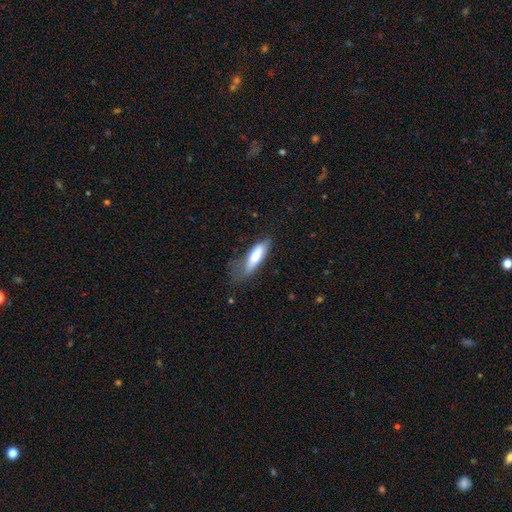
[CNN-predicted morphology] type=smooth (71%); roundness=cigar-shaped (56%); merging=none (48%).